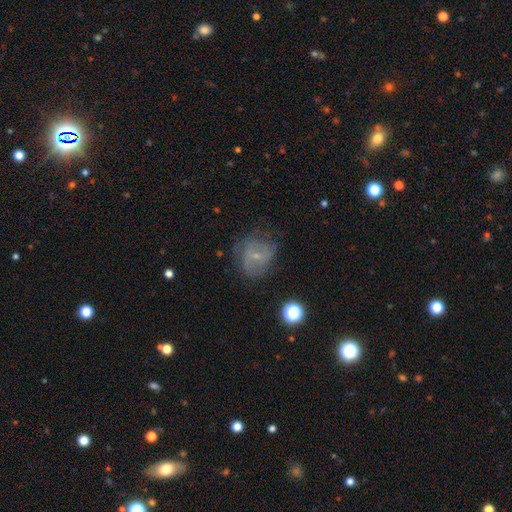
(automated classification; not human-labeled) Morphology: type=featured or disk (57%); edge-on=no (97%); bar=no (46%); spiral arms=yes (68%); bulge=small (72%); merging=none (56%).